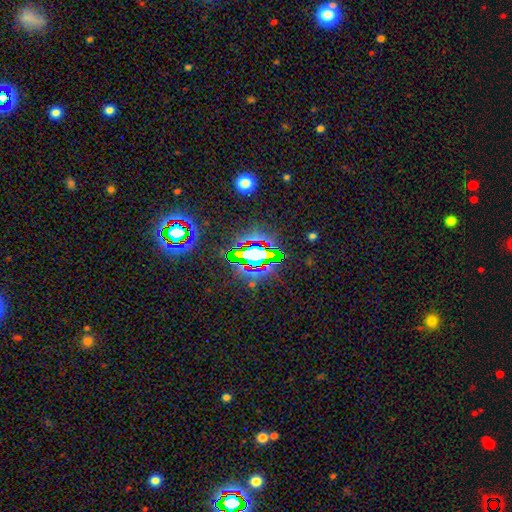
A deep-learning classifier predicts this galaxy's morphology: A star or artifact, not a galaxy (71%).

Vote fractions:
- Smooth or featured? star or artifact: 71% / smooth: 16% / featured or disk: 13%